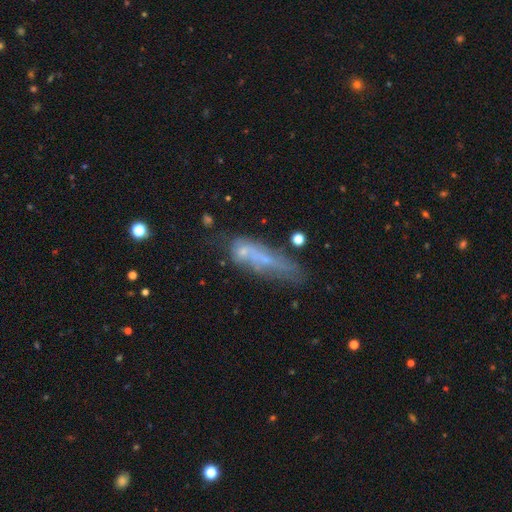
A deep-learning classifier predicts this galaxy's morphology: The model was most divided on "smooth or featured": smooth: 44%, featured or disk: 42%, star or artifact: 13%. Remaining: merging — none (42%).